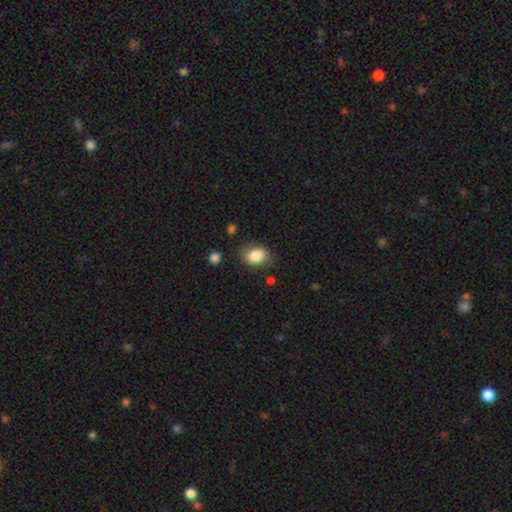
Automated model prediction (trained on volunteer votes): Smooth or featured? smooth (84%)
How rounded? in between (67%)
Merging? none (76%)